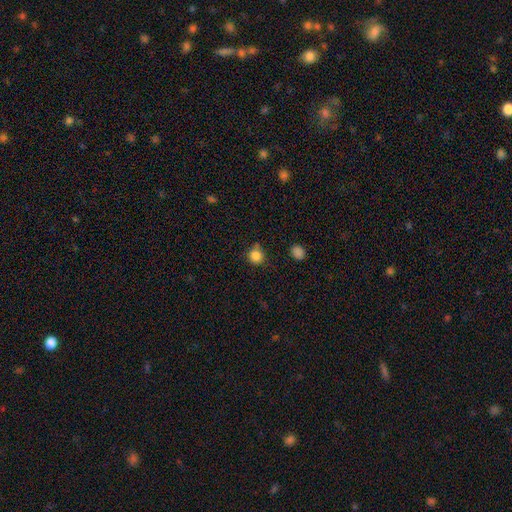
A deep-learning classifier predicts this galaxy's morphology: Smooth or featured: smooth — 84% (star or artifact — 11%)
How rounded: round — 88% (in between — 11%)
Merging: none — 71% (minor disturbance — 20%)